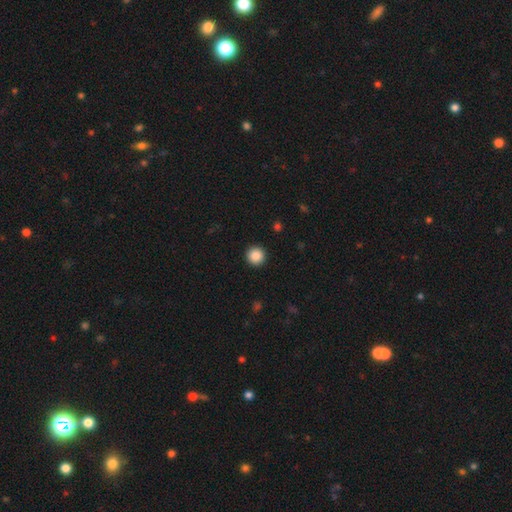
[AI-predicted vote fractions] Q: Smooth or featured?
A: smooth (87%); runner-up: star or artifact (9%)
Q: How rounded?
A: round (96%); runner-up: in between (3%)
Q: Merging?
A: none (93%); runner-up: minor disturbance (4%)